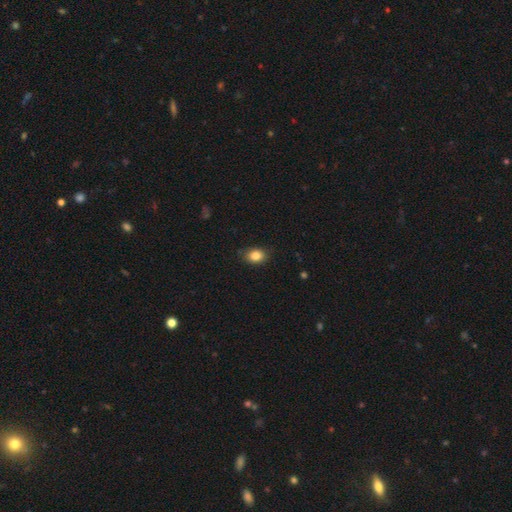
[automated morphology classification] Smooth or featured?
  - smooth: 85% *
  - star or artifact: 9%
  - featured or disk: 6%
How rounded?
  - in between: 70% *
  - round: 29%
  - cigar-shaped: 1%
Merging?
  - none: 85% *
  - minor disturbance: 12%
  - major disturbance: 2%
  - merger: 1%